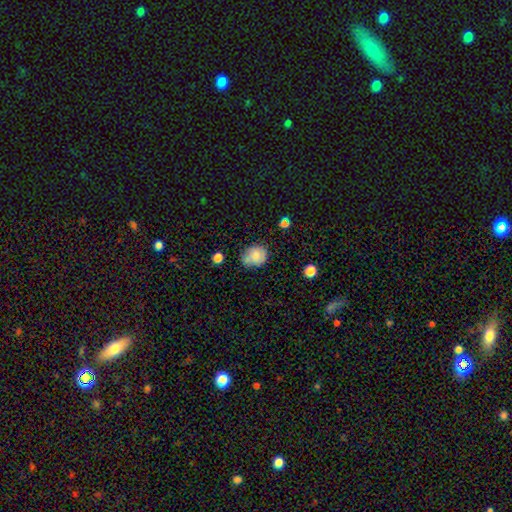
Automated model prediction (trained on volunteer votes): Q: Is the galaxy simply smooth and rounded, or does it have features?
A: smooth — 77%.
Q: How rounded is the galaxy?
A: round — 66%.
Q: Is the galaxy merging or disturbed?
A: none — 62%.